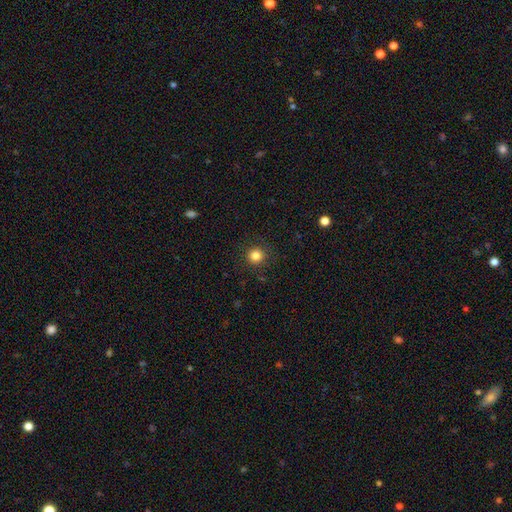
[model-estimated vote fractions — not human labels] Q: Smooth or featured?
A: smooth (83%); runner-up: star or artifact (12%)
Q: How rounded?
A: round (94%); runner-up: in between (5%)
Q: Merging?
A: none (90%); runner-up: minor disturbance (6%)